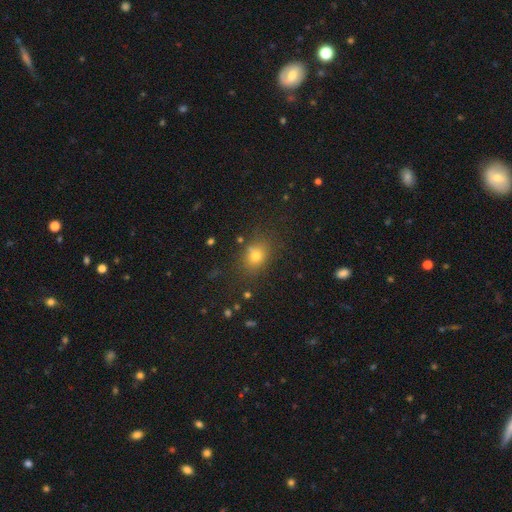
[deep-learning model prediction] Overall: smooth (74%). How rounded: in between (51%; round 47%). Merging: none (76%).